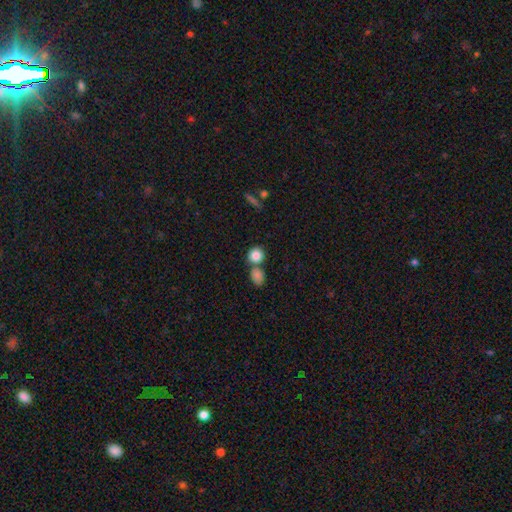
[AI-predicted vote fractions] This appears to be a smooth galaxy with no disk features (85%) that is round (82%). Merging: none (54%).